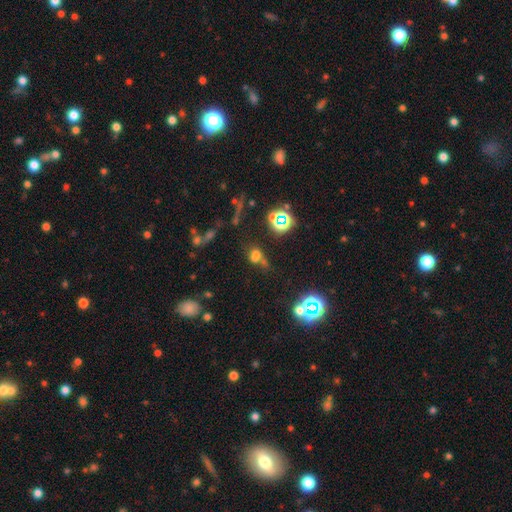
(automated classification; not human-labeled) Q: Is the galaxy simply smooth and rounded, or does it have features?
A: smooth — 55%.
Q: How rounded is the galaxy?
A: round — 51%.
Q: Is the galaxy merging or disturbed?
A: none — 43%.